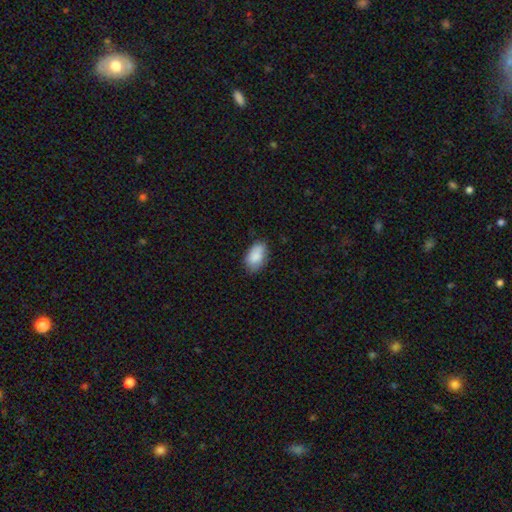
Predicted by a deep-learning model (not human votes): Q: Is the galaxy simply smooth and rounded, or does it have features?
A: smooth — 85%.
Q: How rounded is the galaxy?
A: in between — 92%.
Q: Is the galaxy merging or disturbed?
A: none — 72%.